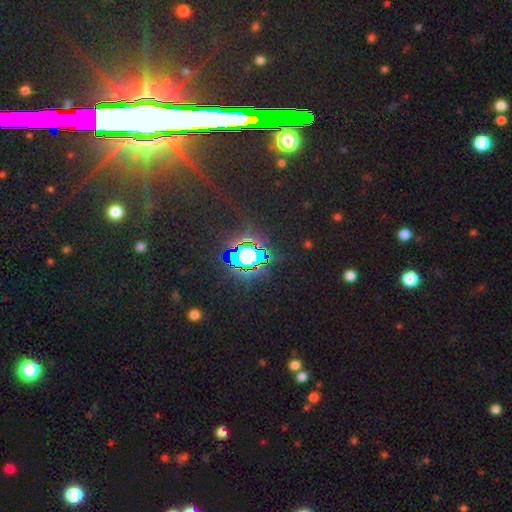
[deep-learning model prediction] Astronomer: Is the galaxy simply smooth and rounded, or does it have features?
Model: star or artifact — 81%.